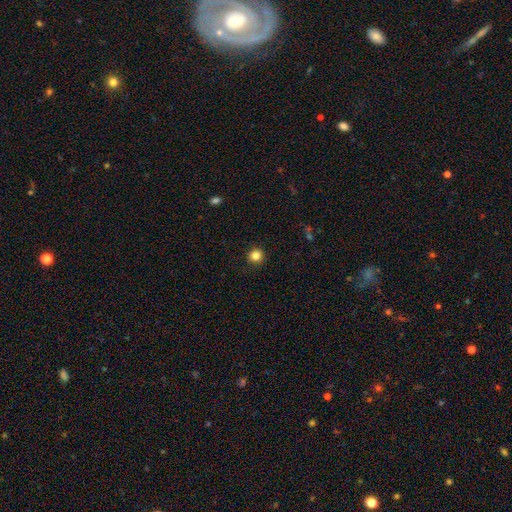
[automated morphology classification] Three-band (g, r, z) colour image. It shows a smooth galaxy with no disk features (84%) that is round (93%). Merging: none (92%).